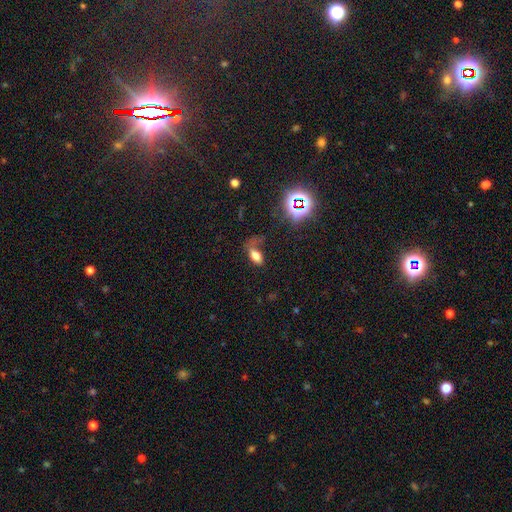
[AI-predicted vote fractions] Smooth or featured?
  - smooth: 68% *
  - star or artifact: 19%
  - featured or disk: 13%
How rounded?
  - in between: 86% *
  - round: 7%
  - cigar-shaped: 7%
Merging?
  - none: 43% *
  - major disturbance: 26%
  - minor disturbance: 21%
  - merger: 10%